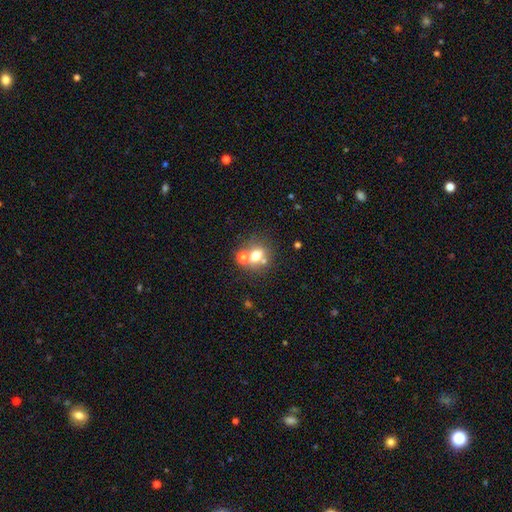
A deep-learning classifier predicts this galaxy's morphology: type=smooth (64%); roundness=round (74%); merging=none (53%).